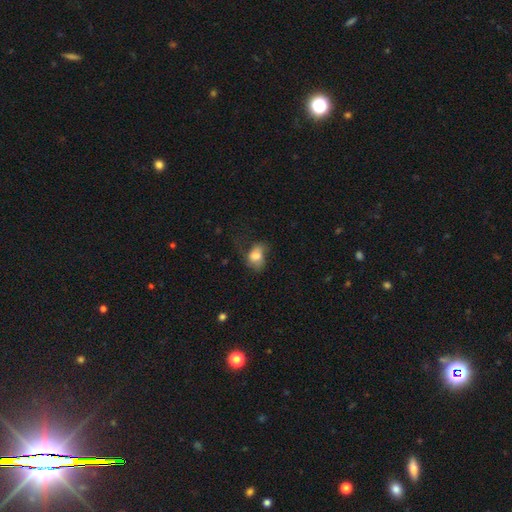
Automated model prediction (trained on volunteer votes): smooth 71%, featured or disk 20%, star or artifact 9%. Down the decision tree: how rounded — in between (69%); merging — major disturbance (36%).